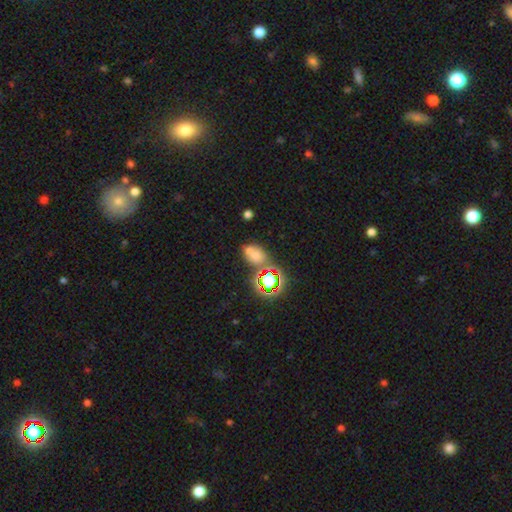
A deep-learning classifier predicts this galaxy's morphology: type=smooth (55%); roundness=in between (66%); merging=none (44%).